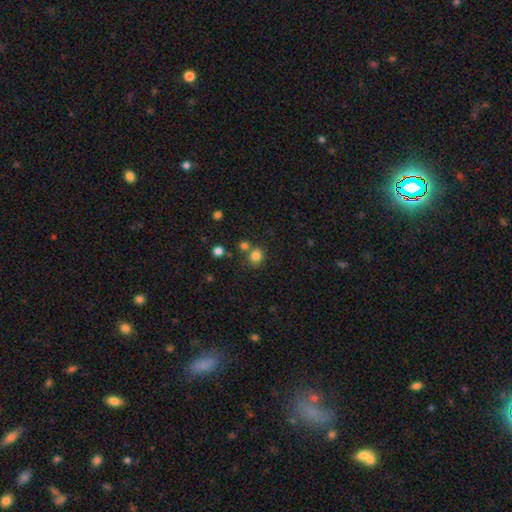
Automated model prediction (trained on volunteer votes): This appears to be a smooth galaxy with no disk features (81%) that is round (82%). Merging: none (66%).